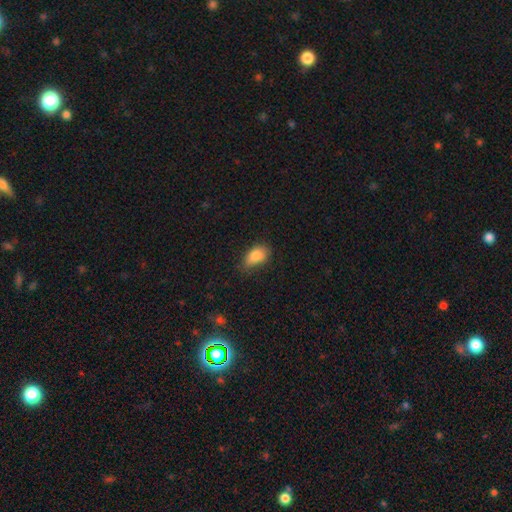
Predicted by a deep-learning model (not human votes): This is clearly a smooth galaxy (85%). How rounded: clearly in between (90%). Merging: likely none (62%).